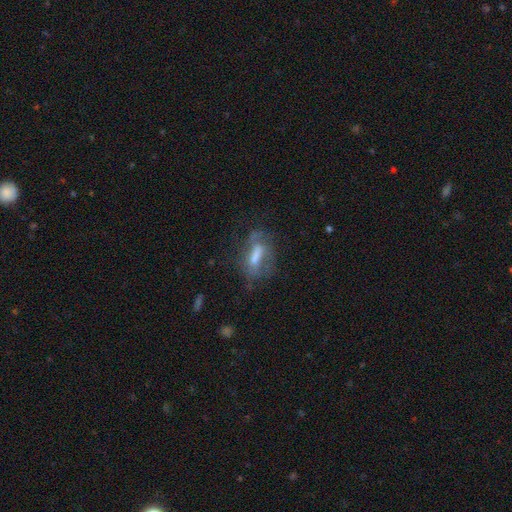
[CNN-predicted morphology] Smooth or featured?
  - featured or disk: 48% *
  - smooth: 40%
  - star or artifact: 12%
Merging?
  - none: 51% *
  - minor disturbance: 24%
  - major disturbance: 21%
  - merger: 3%